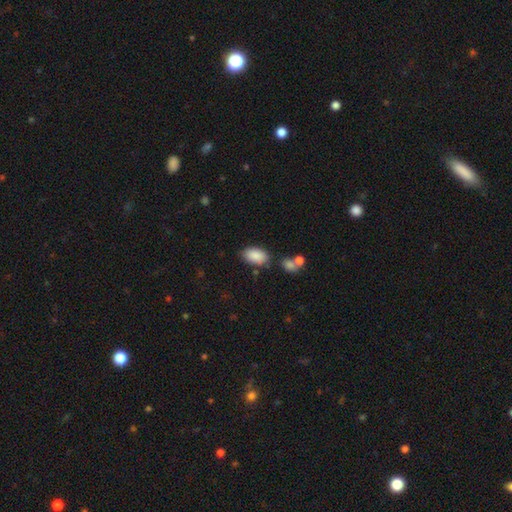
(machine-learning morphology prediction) This is clearly a smooth galaxy (88%). How rounded: clearly in between (94%). Merging: likely none (74%).